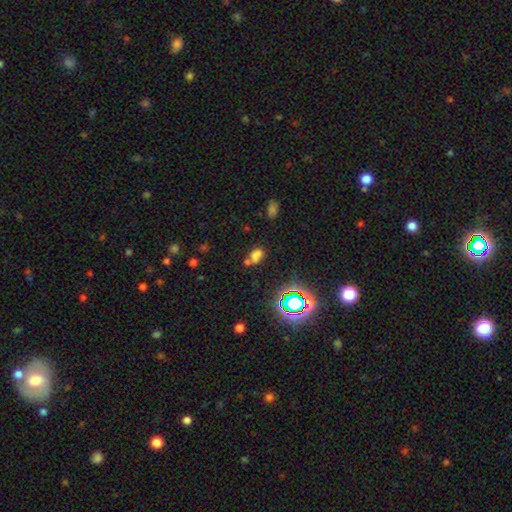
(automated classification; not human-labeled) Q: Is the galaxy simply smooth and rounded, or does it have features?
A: smooth — 60%.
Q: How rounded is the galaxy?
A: in between — 70%.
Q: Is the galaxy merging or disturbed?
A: none — 41%.